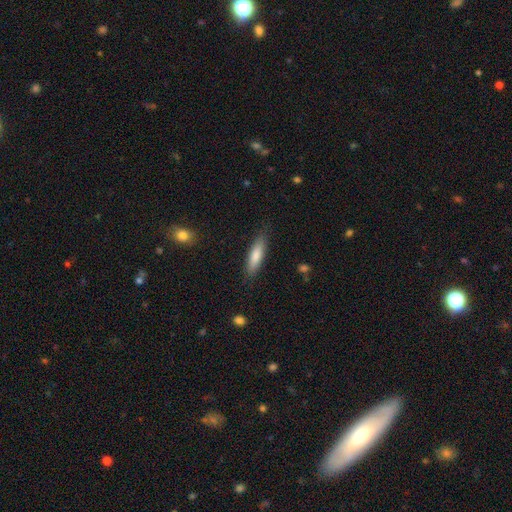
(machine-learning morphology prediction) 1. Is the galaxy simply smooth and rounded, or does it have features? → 80% smooth, 14% featured or disk, 6% star or artifact.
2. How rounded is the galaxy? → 66% cigar-shaped, 32% in between, 1% round.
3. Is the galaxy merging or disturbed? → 84% none, 12% minor disturbance, 3% major disturbance, 1% merger.